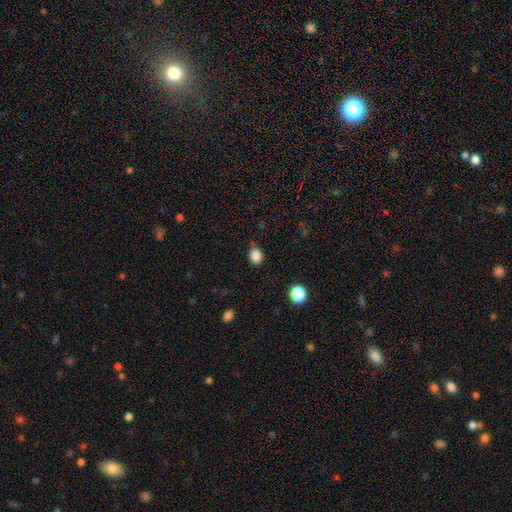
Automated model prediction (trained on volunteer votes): Q: Smooth or featured?
A: smooth (85%); runner-up: star or artifact (11%)
Q: How rounded?
A: round (55%); runner-up: in between (44%)
Q: Merging?
A: none (80%); runner-up: minor disturbance (13%)